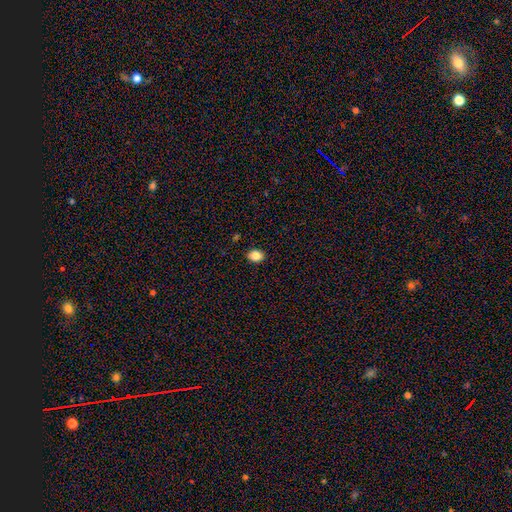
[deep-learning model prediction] Q: Smooth or featured?
A: smooth (85%); runner-up: star or artifact (10%)
Q: How rounded?
A: in between (58%); runner-up: round (41%)
Q: Merging?
A: none (90%); runner-up: minor disturbance (7%)